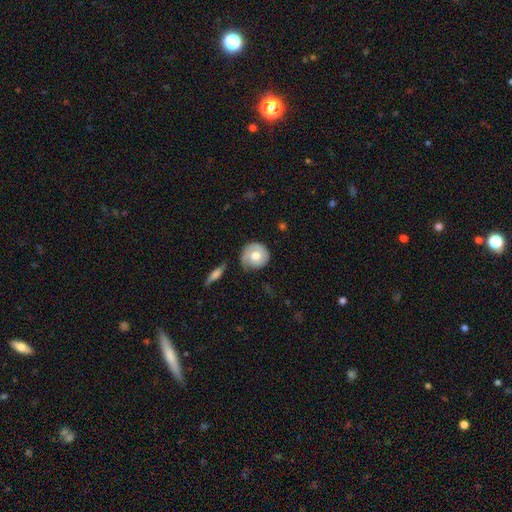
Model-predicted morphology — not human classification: Smooth or featured?
  - smooth: 51% *
  - featured or disk: 44%
  - star or artifact: 6%
How rounded?
  - round: 88% *
  - in between: 11%
  - cigar-shaped: 1%
Merging?
  - none: 61% *
  - minor disturbance: 25%
  - major disturbance: 10%
  - merger: 3%